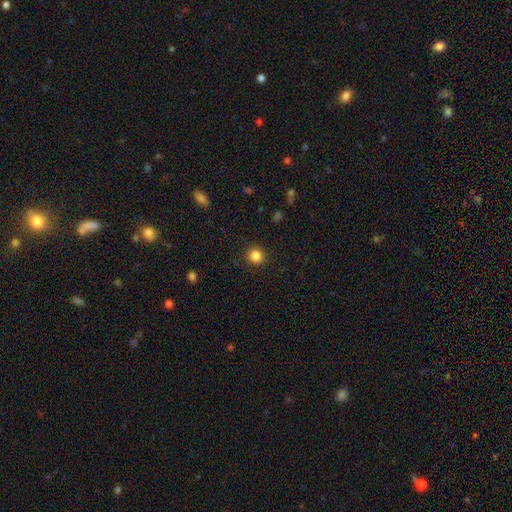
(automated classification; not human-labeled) smooth_or_featured: smooth (p=0.85) [alt: star or artifact p=0.11]
how_rounded: round (p=0.91) [alt: in between p=0.08]
merging: none (p=0.91) [alt: minor disturbance p=0.06]